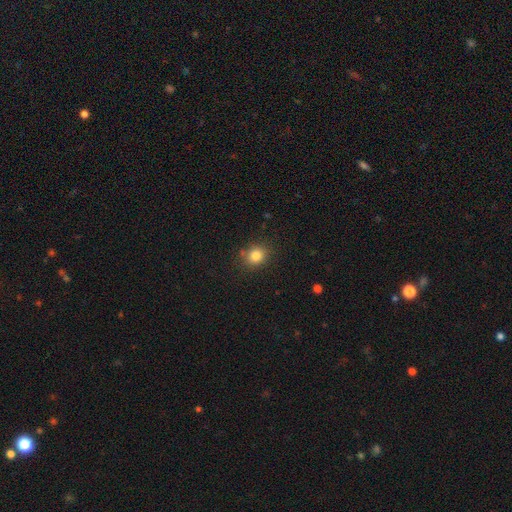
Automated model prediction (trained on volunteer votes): The model was most divided on "how rounded": round: 73%, in between: 26%, cigar-shaped: 1%. More confident: smooth or featured — smooth (83%); merging — none (81%).